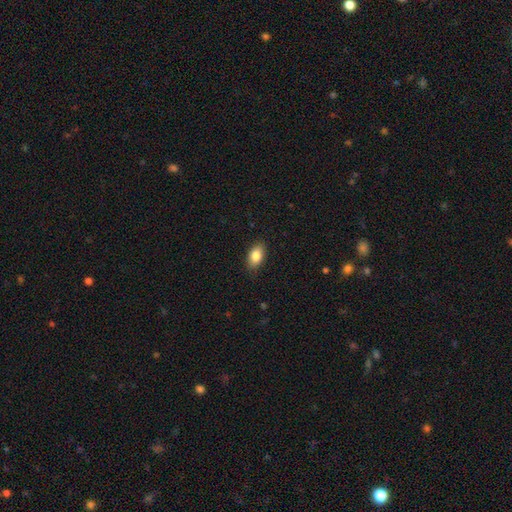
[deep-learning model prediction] Morphology: type=smooth (85%); roundness=in between (90%); merging=none (86%).